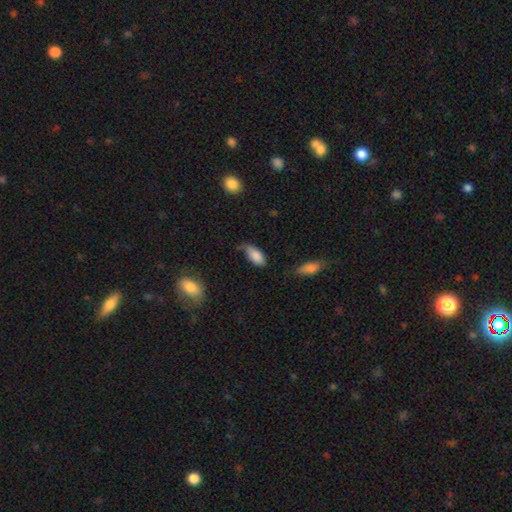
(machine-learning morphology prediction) The model was most divided on "merging": none: 45%, minor disturbance: 41%, major disturbance: 11%, merger: 3%. More confident: how rounded — in between (91%); smooth or featured — smooth (85%).